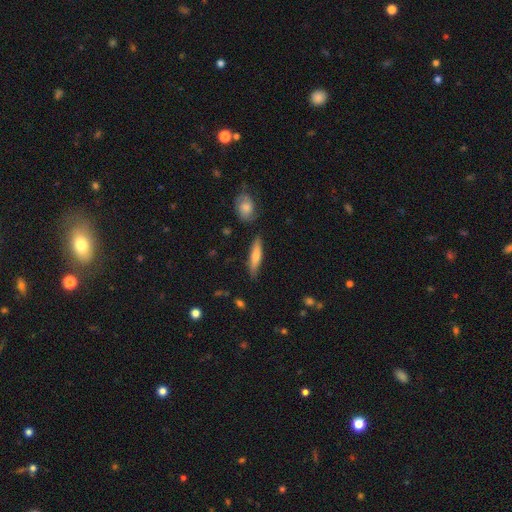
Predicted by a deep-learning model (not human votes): Overall: smooth (61%; featured or disk 32%). How rounded: cigar-shaped (78%). Merging: none (83%).